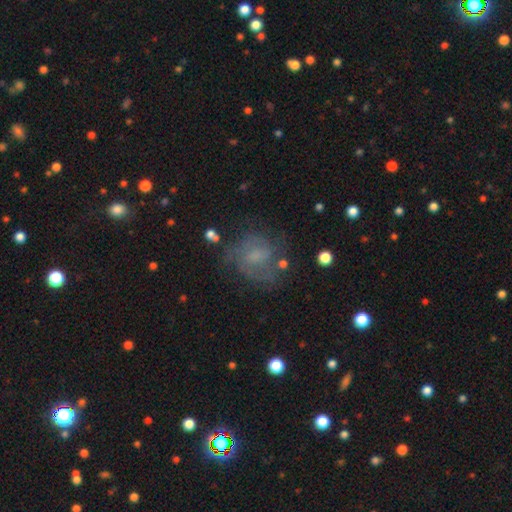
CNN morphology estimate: Overall: featured or disk (56%; smooth 30%). Edge-on disk: no (97%). Bar: no (52%; weak 41%). Spiral arms: yes (79%). Bulge size: small (38%; moderate 28%). Merging: none (60%).